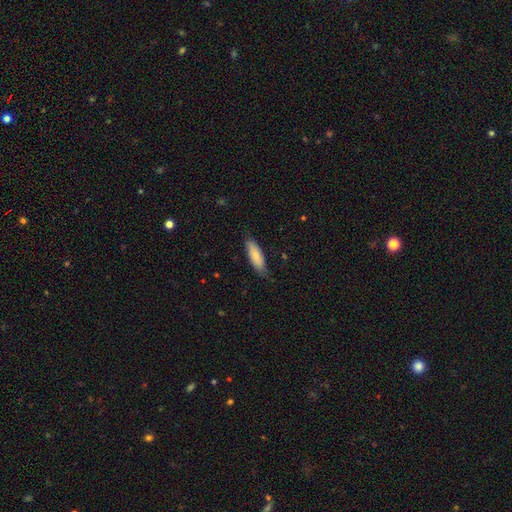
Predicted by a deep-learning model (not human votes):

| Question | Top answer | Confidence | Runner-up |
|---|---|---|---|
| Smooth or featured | smooth | 79% | featured or disk (15%) |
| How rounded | in between | 58% | cigar-shaped (41%) |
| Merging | none | 72% | minor disturbance (23%) |